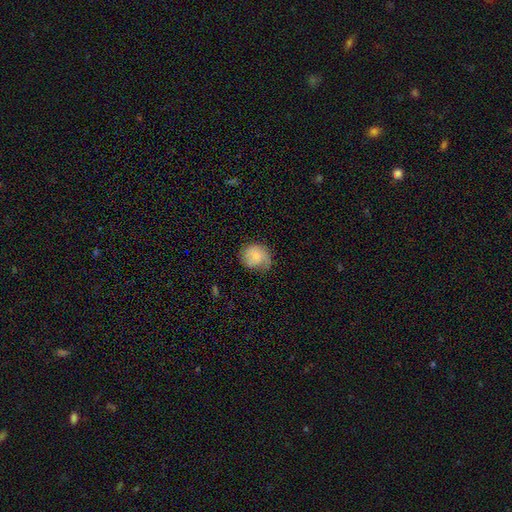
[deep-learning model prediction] Morphology: type=smooth (69%); roundness=round (75%); merging=none (58%).